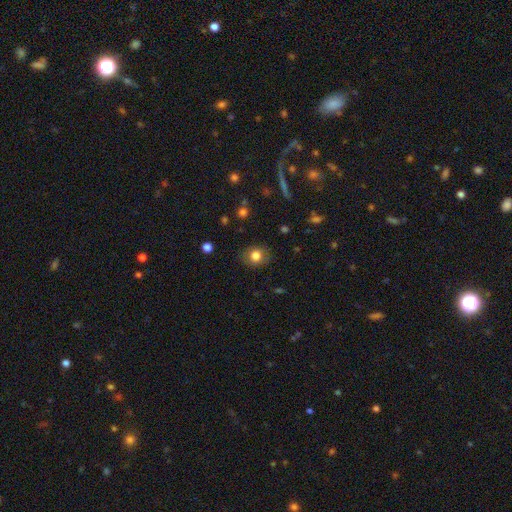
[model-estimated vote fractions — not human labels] The model was most divided on "how rounded": round: 65%, in between: 34%, cigar-shaped: 1%. More confident: merging — none (84%); smooth or featured — smooth (81%).